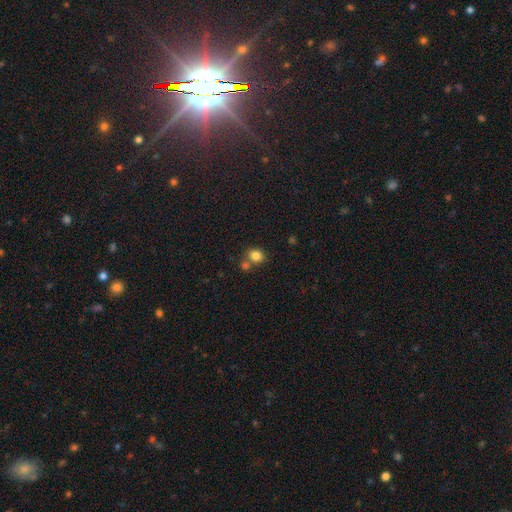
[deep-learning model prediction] The model was most divided on "merging": none: 58%, merger: 28%, minor disturbance: 10%, major disturbance: 4%. More confident: smooth or featured — smooth (83%); how rounded — round (69%).